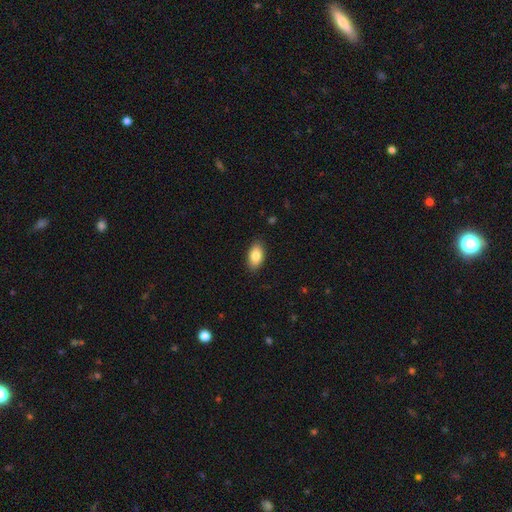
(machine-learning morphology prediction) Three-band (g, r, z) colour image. It shows a smooth galaxy with no disk features (84%) that is in between round and cigar-shaped (93%). Merging: none (88%).